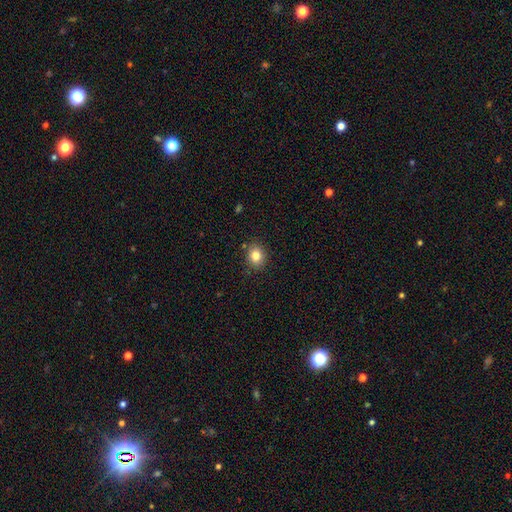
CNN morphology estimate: Overall: smooth (83%). How rounded: round (64%; in between 35%). Merging: none (88%).